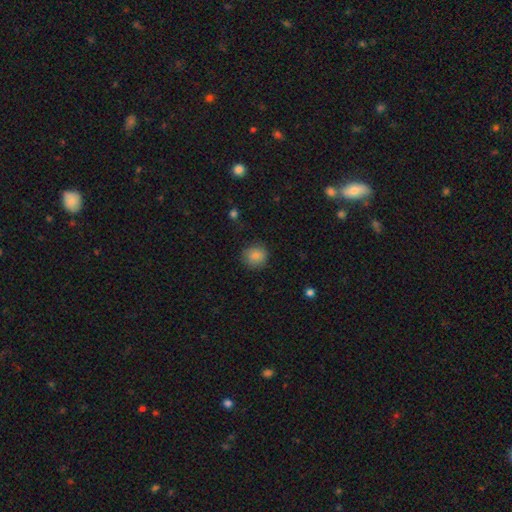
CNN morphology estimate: Smooth or featured? Predicted: smooth (p=0.85). How rounded? Predicted: round (p=0.88). Merging? Predicted: none (p=0.84).